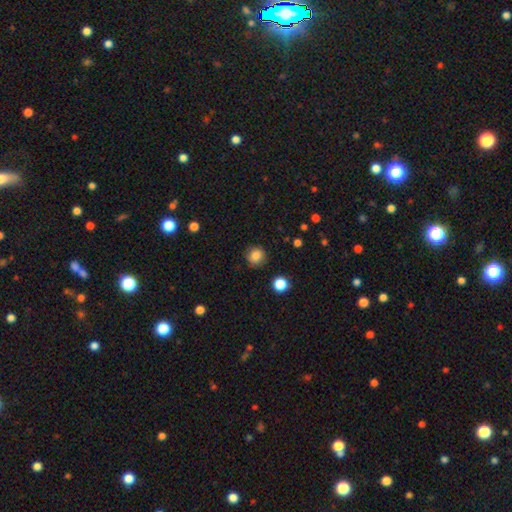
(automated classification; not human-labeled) smooth 84%, star or artifact 11%, featured or disk 5%. Down the decision tree: how rounded — round (89%); merging — none (87%).